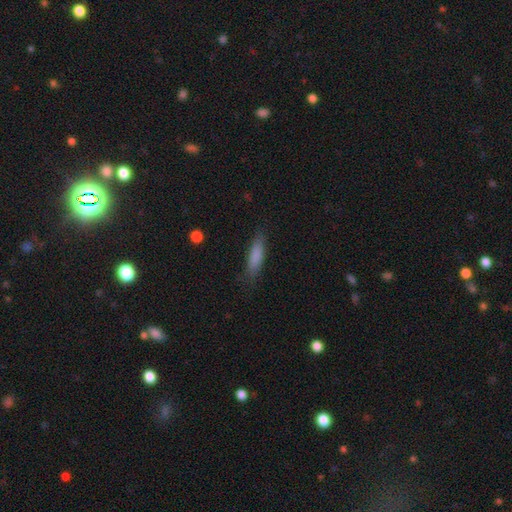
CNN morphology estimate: smooth_or_featured: smooth (p=0.83) [alt: featured or disk p=0.11]
how_rounded: cigar-shaped (p=0.68) [alt: in between p=0.30]
merging: none (p=0.82) [alt: minor disturbance p=0.14]